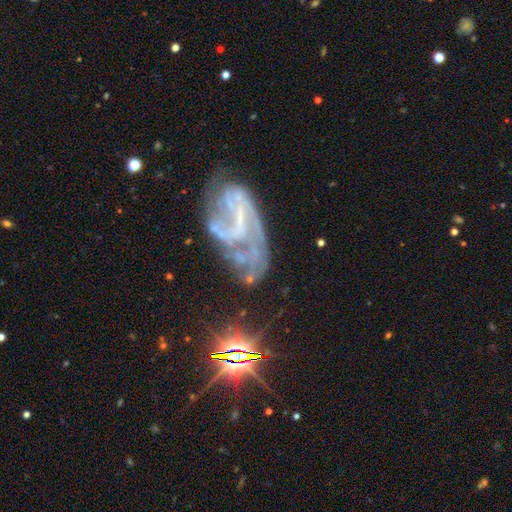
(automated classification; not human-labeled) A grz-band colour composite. It shows a featured or disk galaxy (74%) with a weak bar (37%), can't tell (34%, tied with 2) medium (38%) spiral arms (79%) and no central bulge (58%). Merging: none (42%).